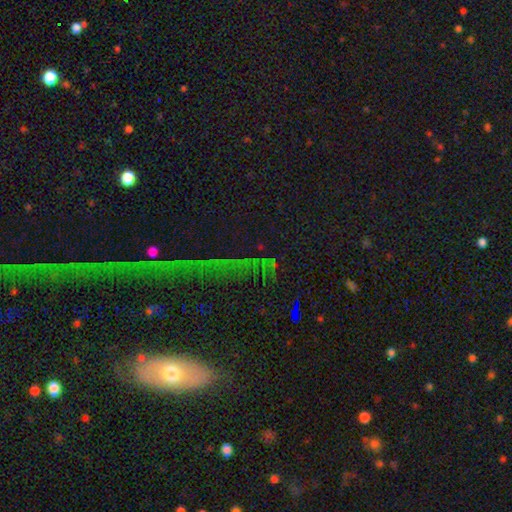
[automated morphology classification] Smooth or featured?
  - star or artifact: 78% *
  - smooth: 12%
  - featured or disk: 11%